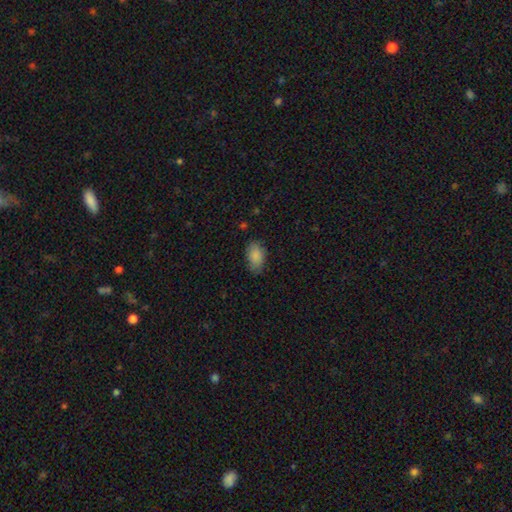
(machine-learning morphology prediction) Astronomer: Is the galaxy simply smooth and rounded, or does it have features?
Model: smooth — 88%.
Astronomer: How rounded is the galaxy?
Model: in between — 93%.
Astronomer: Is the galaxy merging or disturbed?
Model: none — 81%.